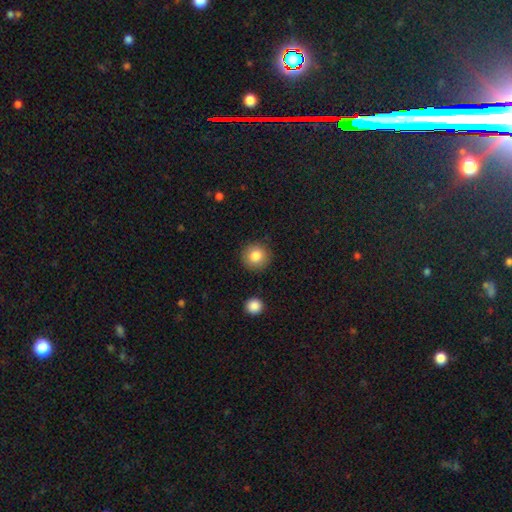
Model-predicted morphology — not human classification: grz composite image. It shows a smooth galaxy with no disk features (84%) that is round (94%). Merging: none (88%).